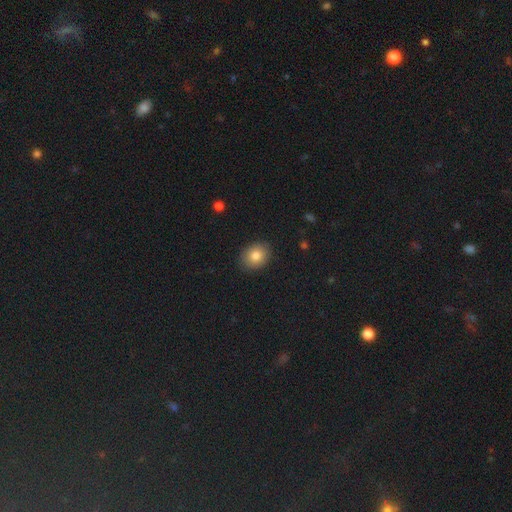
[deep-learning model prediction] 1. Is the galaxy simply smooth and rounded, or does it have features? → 83% smooth, 9% star or artifact, 8% featured or disk.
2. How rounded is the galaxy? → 50% in between, 49% round, 1% cigar-shaped.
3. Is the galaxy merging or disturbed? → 87% none, 9% minor disturbance, 2% major disturbance, 1% merger.